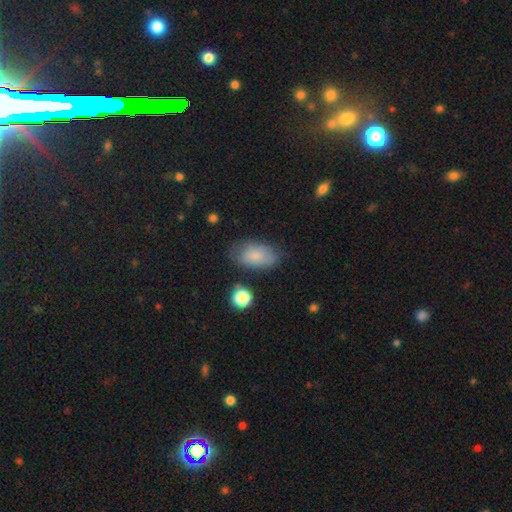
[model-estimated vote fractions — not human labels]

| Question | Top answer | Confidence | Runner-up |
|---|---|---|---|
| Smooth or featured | smooth | 79% | featured or disk (13%) |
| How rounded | in between | 92% | round (6%) |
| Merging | none | 68% | minor disturbance (23%) |